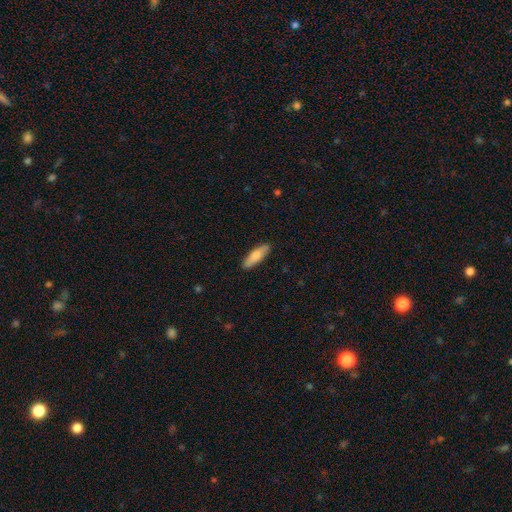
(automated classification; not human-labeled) smooth_or_featured: smooth (p=0.76) [alt: featured or disk p=0.19]
how_rounded: cigar-shaped (p=0.53) [alt: in between p=0.46]
merging: none (p=0.88) [alt: minor disturbance p=0.09]